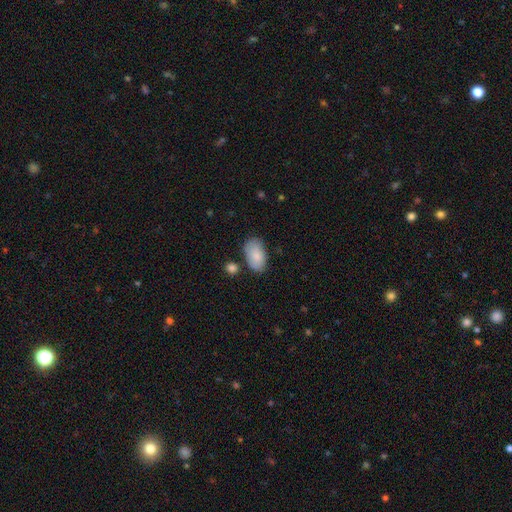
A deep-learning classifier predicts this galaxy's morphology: type=smooth (83%); roundness=in between (94%); merging=none (70%).